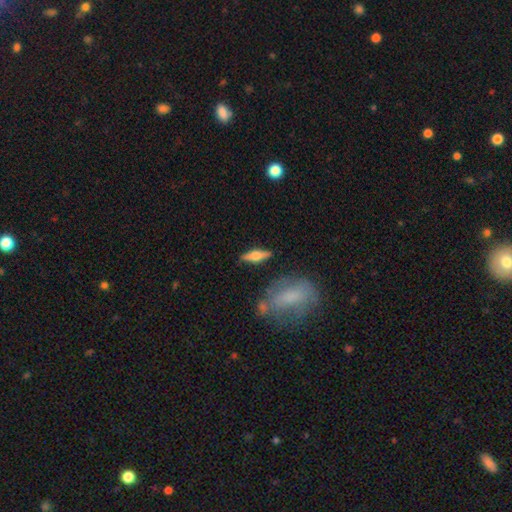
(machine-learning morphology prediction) Smooth or featured? Predicted: featured or disk (p=0.50). Edge-on disk? Predicted: yes (p=0.91). Merging? Predicted: none (p=0.83).